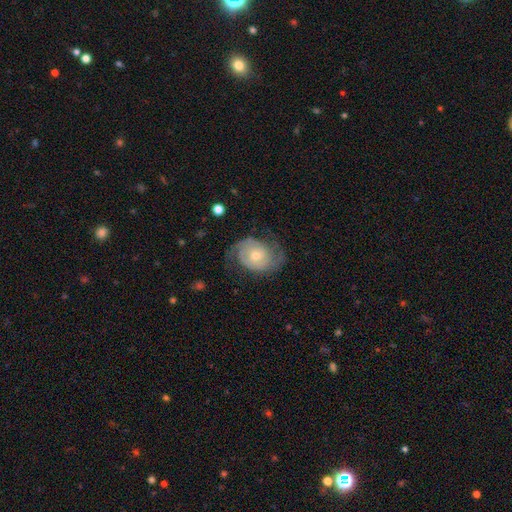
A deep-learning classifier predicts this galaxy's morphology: This is likely a featured or disk galaxy (78%). It is clearly not viewed edge-on (97%). Bar: likely no (73%). Spiral arm pattern: clearly yes (92%). Spiral arm count: clearly 2 (82%). Spiral winding: marginally medium (41%). Central bulge: possibly moderate (48%). Merging: likely none (64%).